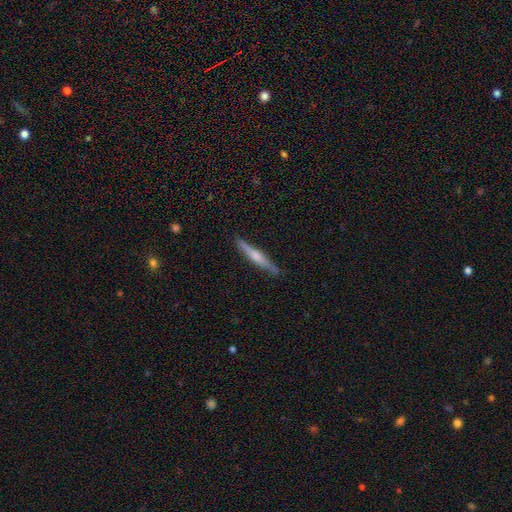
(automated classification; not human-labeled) smooth_or_featured: featured or disk (p=0.58) [alt: smooth p=0.36]
disk_edge_on: yes (p=0.97) [alt: no p=0.03]
edge_on_bulge: rounded (p=0.75) [alt: none p=0.13]
merging: none (p=0.87) [alt: minor disturbance p=0.10]